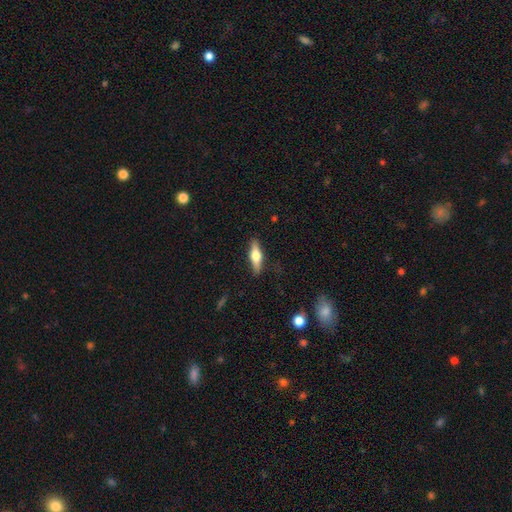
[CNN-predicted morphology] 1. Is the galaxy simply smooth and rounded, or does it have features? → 49% featured or disk, 45% smooth, 6% star or artifact.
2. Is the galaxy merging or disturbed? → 87% none, 10% minor disturbance, 2% major disturbance, 1% merger.